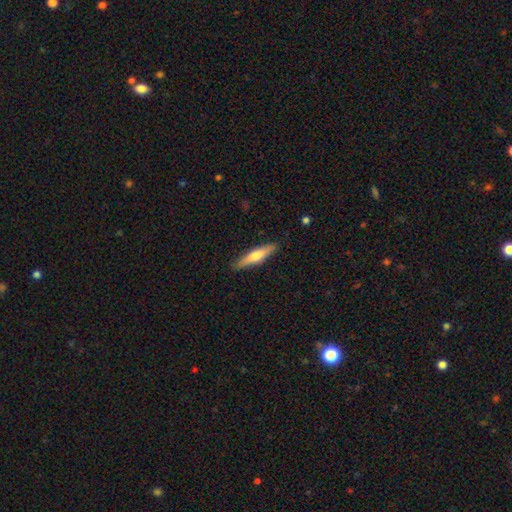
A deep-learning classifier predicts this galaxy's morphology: Smooth or featured?
  - smooth: 53% *
  - featured or disk: 42%
  - star or artifact: 5%
How rounded?
  - cigar-shaped: 85% *
  - in between: 14%
  - round: 2%
Merging?
  - none: 89% *
  - minor disturbance: 8%
  - major disturbance: 2%
  - merger: 1%